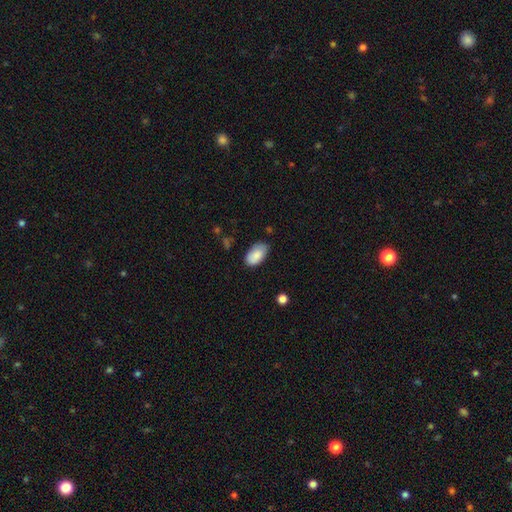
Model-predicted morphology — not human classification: A smooth galaxy with no disk features (85%) that is in between round and cigar-shaped (95%).

Vote fractions:
- Smooth or featured? smooth: 85% / featured or disk: 9% / star or artifact: 6%
- How rounded? in between: 95% / round: 4% / cigar-shaped: 1%
- Merging? none: 69% / minor disturbance: 25% / major disturbance: 4% / merger: 2%